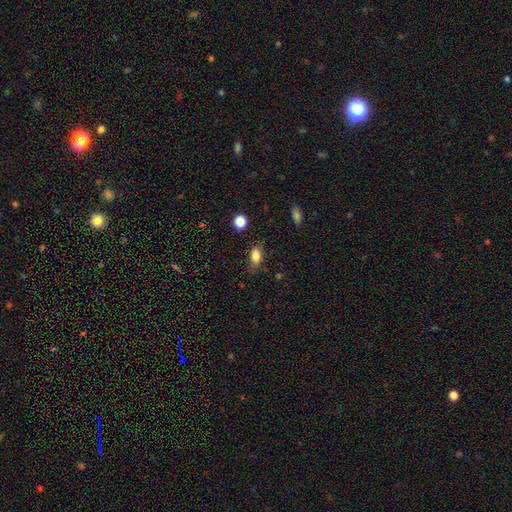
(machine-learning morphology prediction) Smooth or featured: smooth — 84% (star or artifact — 9%)
How rounded: in between — 85% (round — 10%)
Merging: none — 71% (minor disturbance — 22%)